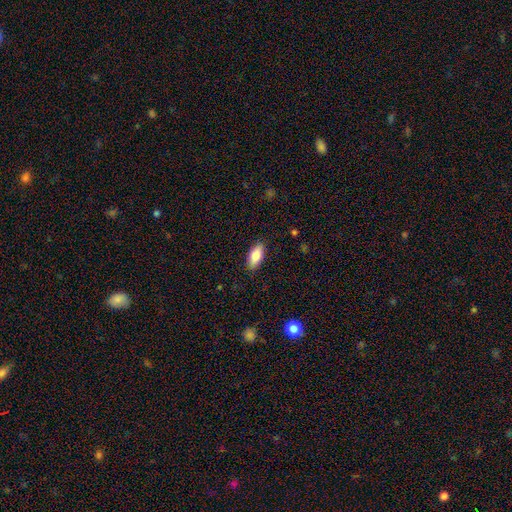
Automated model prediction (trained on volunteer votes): Morphology: type=smooth (81%); roundness=in between (86%); merging=none (88%).